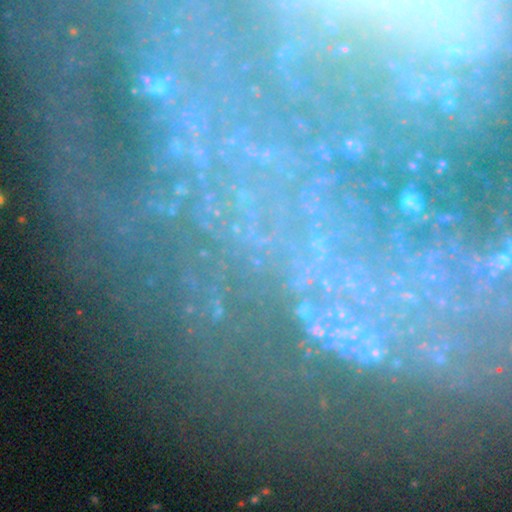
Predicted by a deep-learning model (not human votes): Q: Smooth or featured?
A: star or artifact (48%); runner-up: featured or disk (37%)